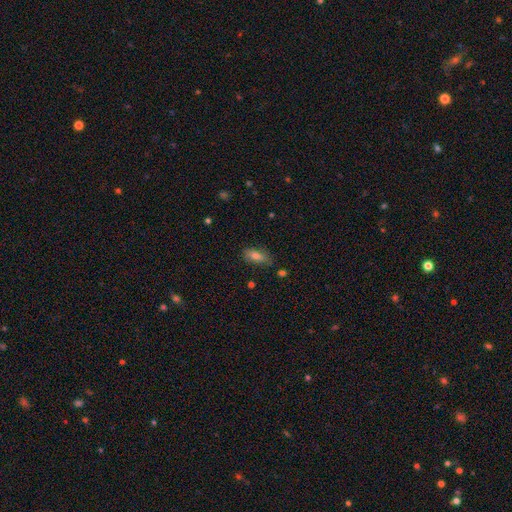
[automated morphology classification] type=smooth (76%); roundness=in between (81%); merging=none (74%).